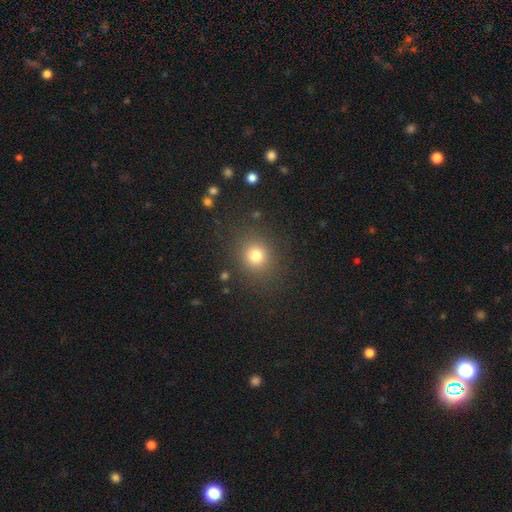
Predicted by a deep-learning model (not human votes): Q: Smooth or featured?
A: smooth (77%); runner-up: star or artifact (16%)
Q: How rounded?
A: round (83%); runner-up: in between (16%)
Q: Merging?
A: none (86%); runner-up: minor disturbance (8%)